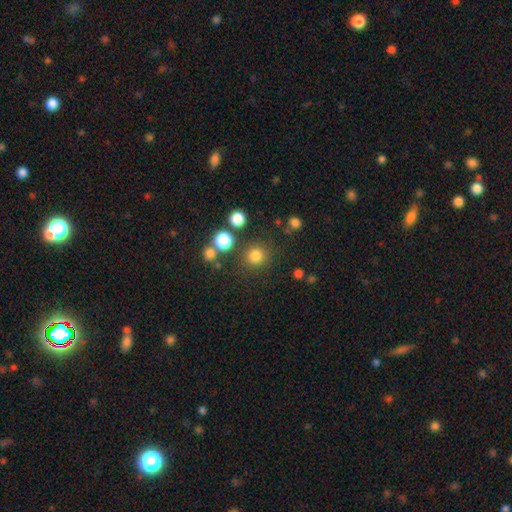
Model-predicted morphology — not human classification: smooth_or_featured: smooth (p=0.80) [alt: star or artifact p=0.15]
how_rounded: round (p=0.90) [alt: in between p=0.09]
merging: none (p=0.82) [alt: minor disturbance p=0.08]